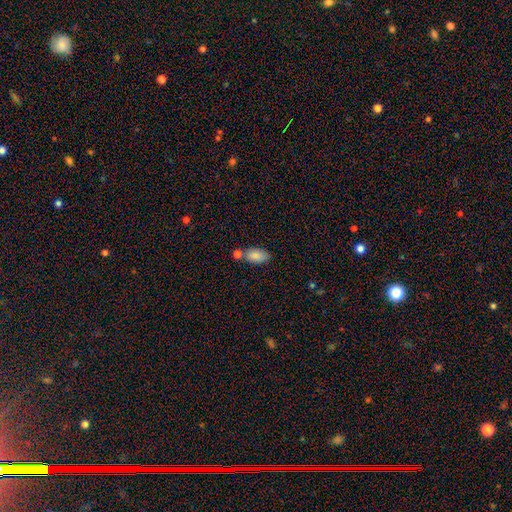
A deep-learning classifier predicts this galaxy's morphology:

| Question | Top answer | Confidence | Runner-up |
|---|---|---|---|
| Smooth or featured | smooth | 85% | featured or disk (8%) |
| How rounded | in between | 93% | round (4%) |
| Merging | none | 60% | merger (22%) |